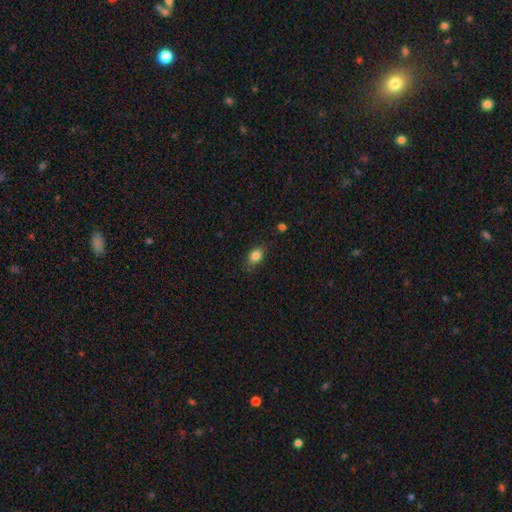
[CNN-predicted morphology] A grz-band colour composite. It shows a smooth galaxy with no disk features (84%) that is in between round and cigar-shaped (71%). Merging: none (80%).